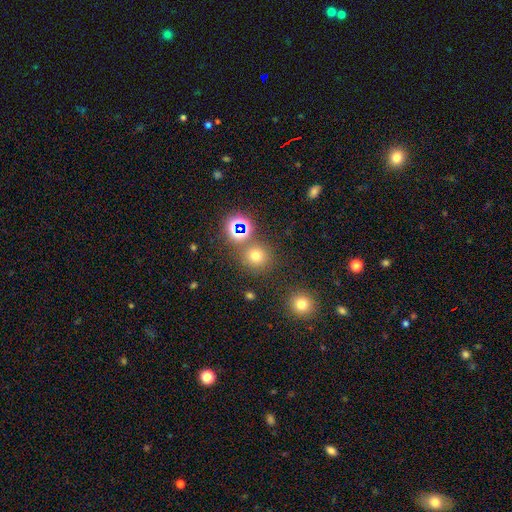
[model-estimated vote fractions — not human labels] This appears to be a smooth galaxy with no disk features (65%) that is round (91%). Merging: none (79%).